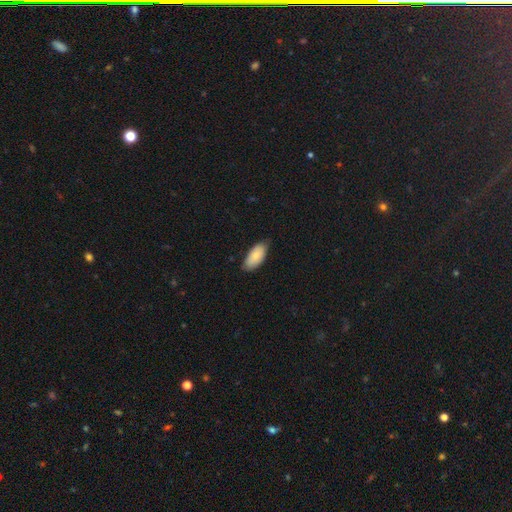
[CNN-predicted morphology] smooth-or-featured: smooth: 80% | featured or disk: 14% | star or artifact: 6%
  how-rounded: in between: 93% | cigar-shaped: 5% | round: 2%
  merging: none: 72% | minor disturbance: 24% | major disturbance: 3% | merger: 1%